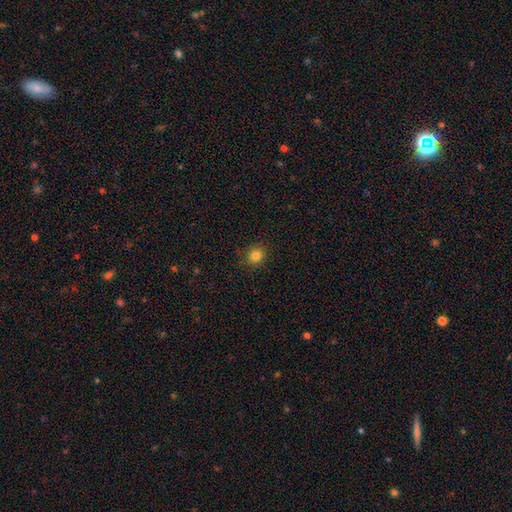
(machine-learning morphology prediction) type=smooth (83%); roundness=round (81%); merging=none (88%).